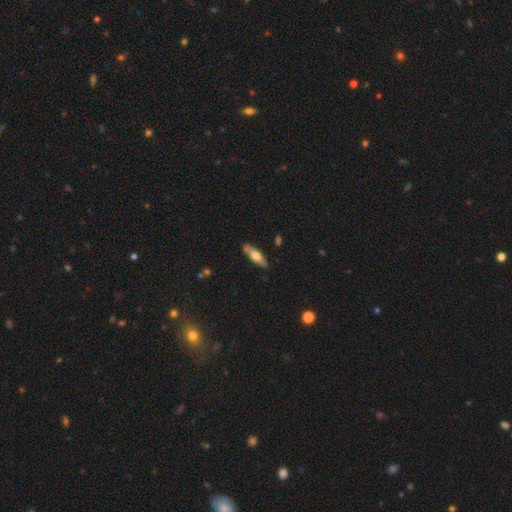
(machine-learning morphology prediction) Smooth or featured: smooth — 53% (featured or disk — 42%)
How rounded: cigar-shaped — 54% (in between — 44%)
Merging: none — 81% (minor disturbance — 14%)